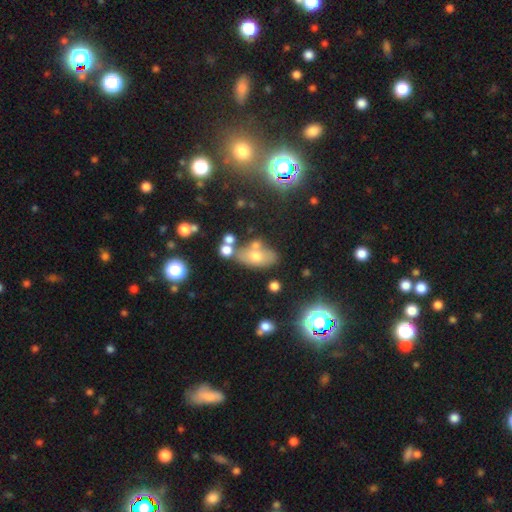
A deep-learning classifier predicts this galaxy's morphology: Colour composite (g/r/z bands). It shows a smooth galaxy with no disk features (55%) that is in between round and cigar-shaped (82%). Merging: none (59%).